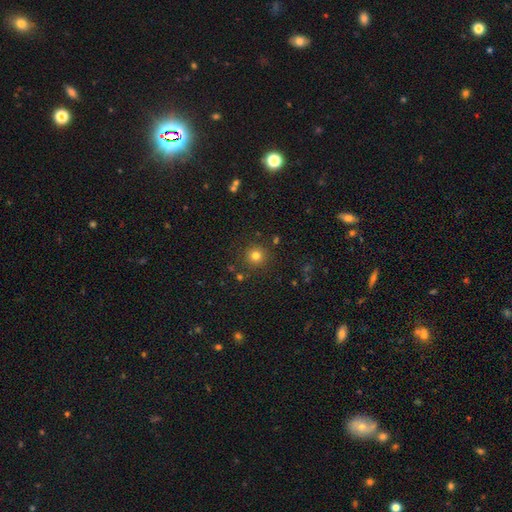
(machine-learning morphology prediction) Smooth or featured? smooth (78%)
How rounded? round (95%)
Merging? none (88%)